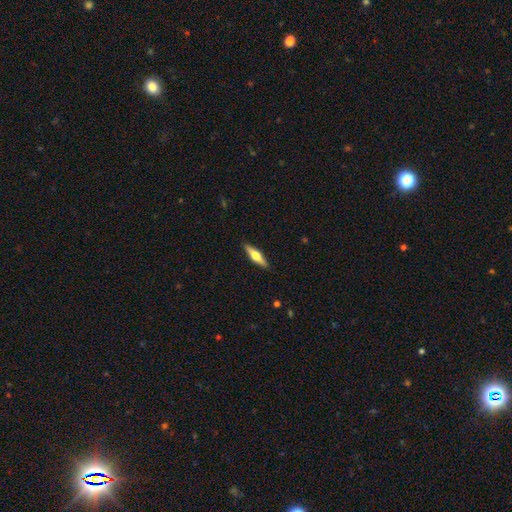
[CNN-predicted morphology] Smooth or featured? featured or disk (59%)
Edge-on disk? yes (96%)
Edge-on bulge? rounded (94%)
Merging? none (90%)